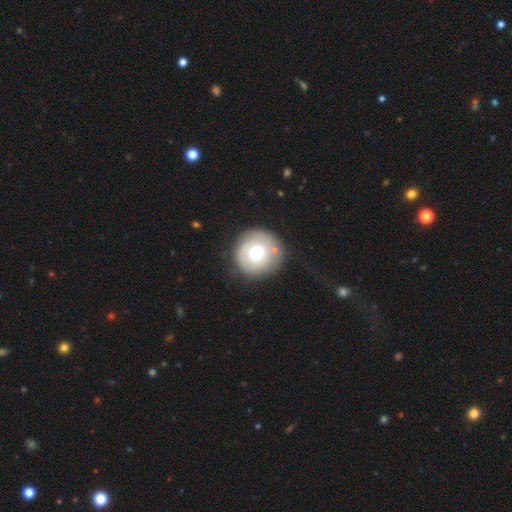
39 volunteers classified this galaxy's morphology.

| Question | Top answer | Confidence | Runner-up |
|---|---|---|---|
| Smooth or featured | smooth | 67% | featured or disk (28%) |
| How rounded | round | 100% | — |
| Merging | none | 78% | major disturbance (19%) |